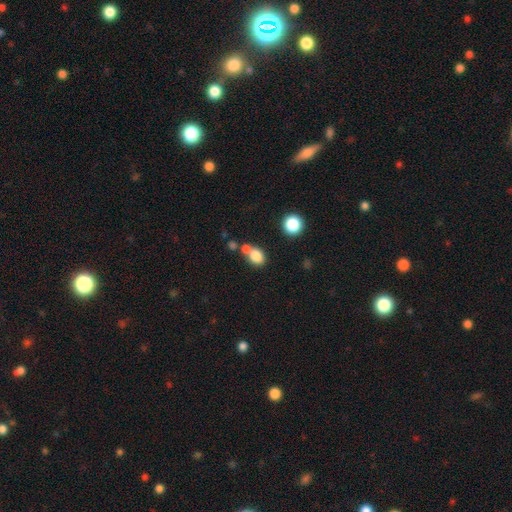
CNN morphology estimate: type=smooth (80%); roundness=round (50%); merging=none (45%).